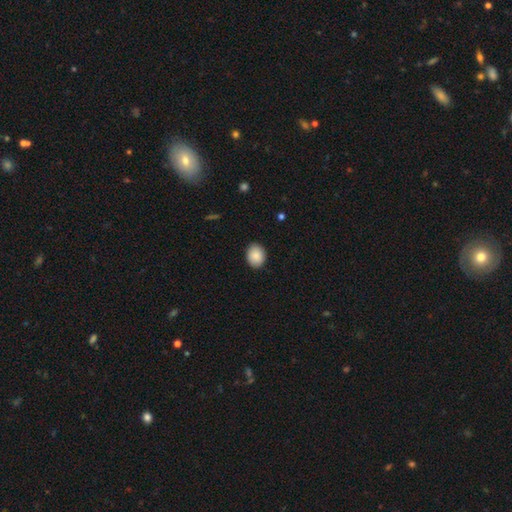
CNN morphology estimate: type=smooth (89%); roundness=in between (54%); merging=none (89%).